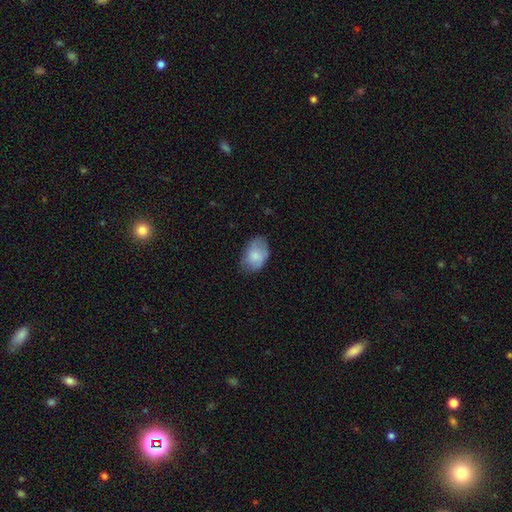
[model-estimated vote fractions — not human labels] Overall: smooth (80%). How rounded: in between (87%). Merging: none (68%).